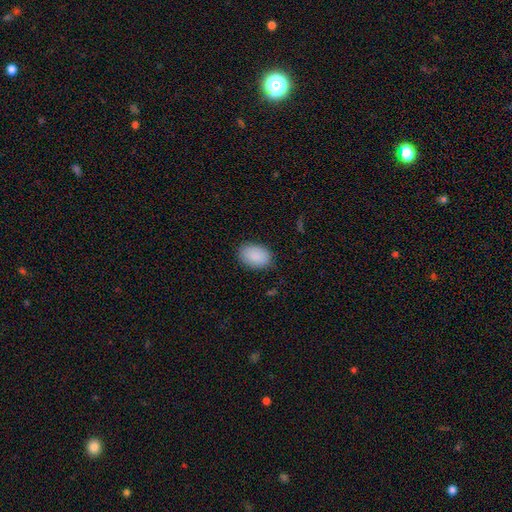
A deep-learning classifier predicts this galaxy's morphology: A smooth galaxy with no disk features (90%) that is in between round and cigar-shaped (87%).

Vote fractions:
- Smooth or featured? smooth: 90% / star or artifact: 6% / featured or disk: 4%
- How rounded? in between: 87% / round: 12% / cigar-shaped: 1%
- Merging? none: 85% / minor disturbance: 12% / major disturbance: 3% / merger: 1%